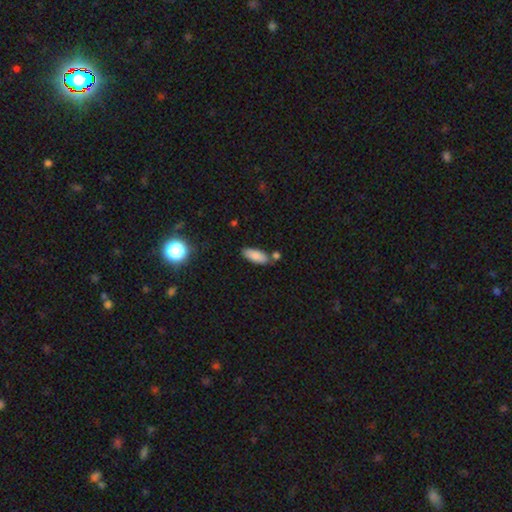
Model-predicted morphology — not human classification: smooth-or-featured: smooth: 85% | star or artifact: 8% | featured or disk: 7%
  how-rounded: in between: 78% | cigar-shaped: 20% | round: 2%
  merging: none: 71% | minor disturbance: 14% | merger: 12% | major disturbance: 3%